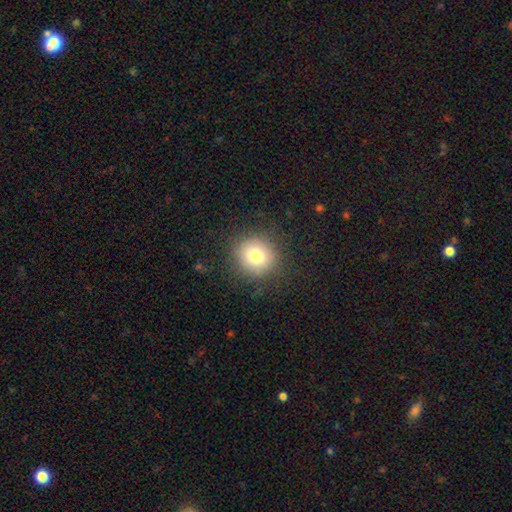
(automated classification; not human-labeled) Smooth or featured? smooth (78%)
How rounded? round (90%)
Merging? none (87%)